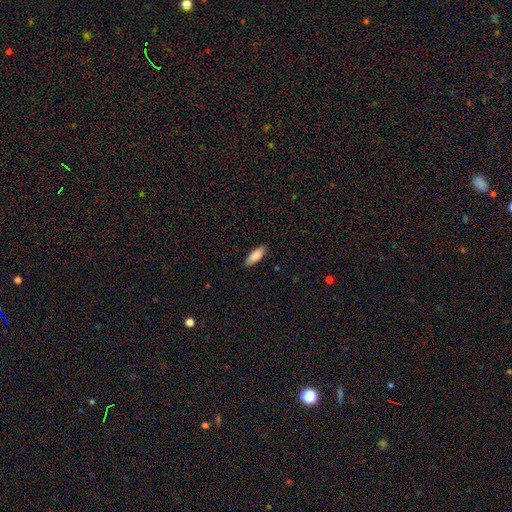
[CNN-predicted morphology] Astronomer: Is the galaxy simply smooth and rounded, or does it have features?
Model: smooth — 88%.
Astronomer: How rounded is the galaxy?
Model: in between — 76%.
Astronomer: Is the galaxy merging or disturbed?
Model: none — 87%.